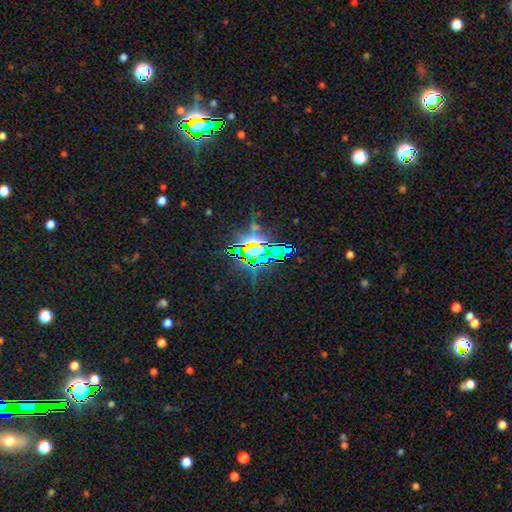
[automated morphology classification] Smooth or featured? star or artifact (76%)